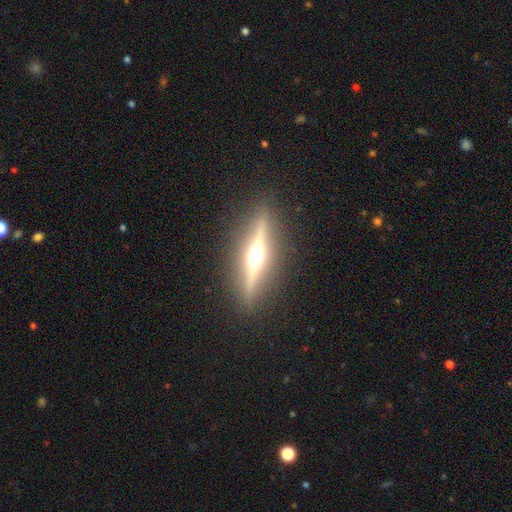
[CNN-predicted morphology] Smooth or featured? featured or disk (79%)
Edge-on disk? yes (96%)
Edge-on bulge? rounded (95%)
Merging? none (89%)